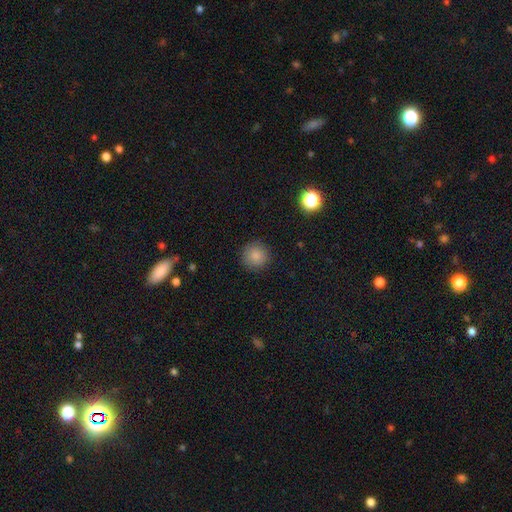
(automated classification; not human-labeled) Overall: smooth (85%). How rounded: round (95%). Merging: none (90%).